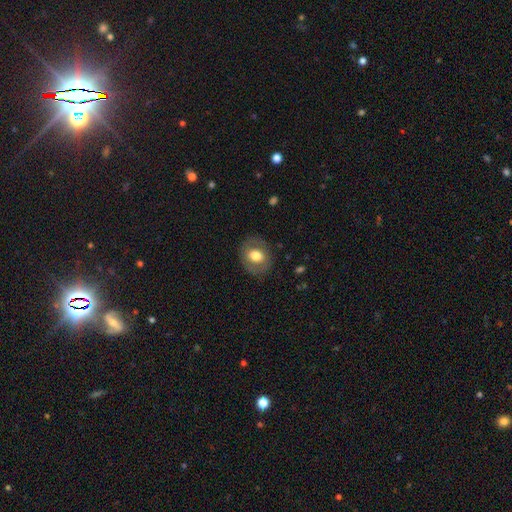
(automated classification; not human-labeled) Smooth or featured?
  - smooth: 64% *
  - featured or disk: 28%
  - star or artifact: 8%
How rounded?
  - round: 57% *
  - in between: 42%
  - cigar-shaped: 1%
Merging?
  - none: 82% *
  - minor disturbance: 12%
  - major disturbance: 5%
  - merger: 1%